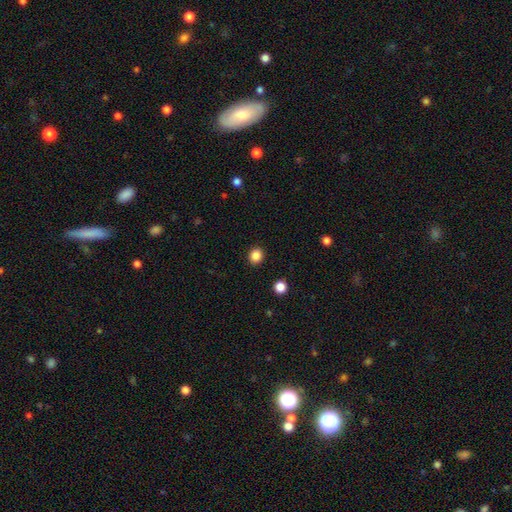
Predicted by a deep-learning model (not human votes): Smooth or featured: smooth — 86% (star or artifact — 11%)
How rounded: round — 81% (in between — 18%)
Merging: none — 92% (minor disturbance — 5%)